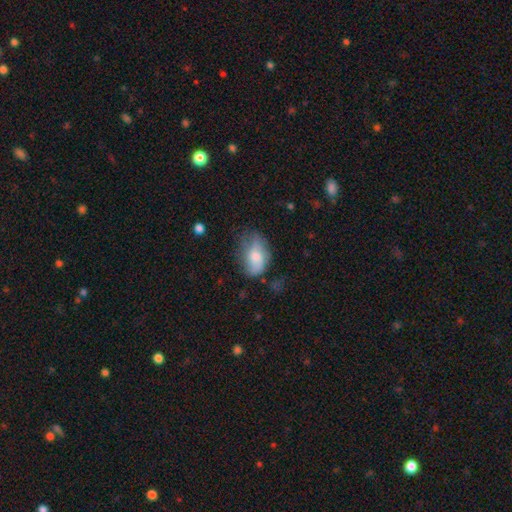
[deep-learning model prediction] The model was most divided on "merging": none: 42%, minor disturbance: 36%, major disturbance: 19%, merger: 3%. More confident: how rounded — in between (86%); smooth or featured — smooth (66%).